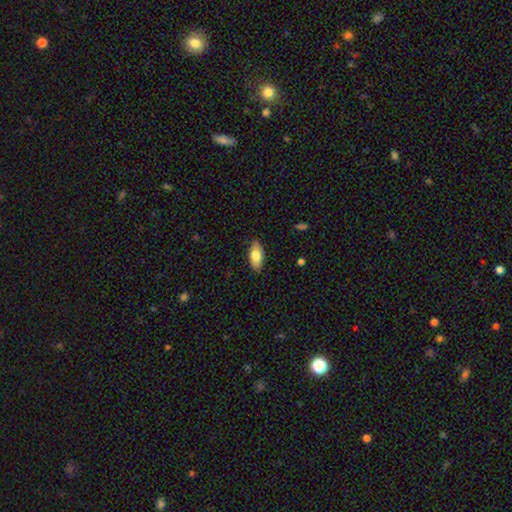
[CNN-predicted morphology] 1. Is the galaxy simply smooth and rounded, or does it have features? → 79% smooth, 15% featured or disk, 6% star or artifact.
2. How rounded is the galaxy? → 89% in between, 8% cigar-shaped, 3% round.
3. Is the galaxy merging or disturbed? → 86% none, 11% minor disturbance, 2% major disturbance, 1% merger.